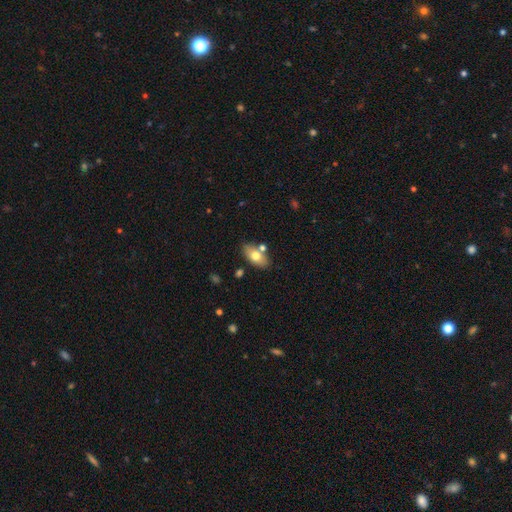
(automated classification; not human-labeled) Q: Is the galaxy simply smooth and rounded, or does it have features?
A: smooth — 69%.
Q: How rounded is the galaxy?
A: in between — 90%.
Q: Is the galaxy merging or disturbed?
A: none — 73%.